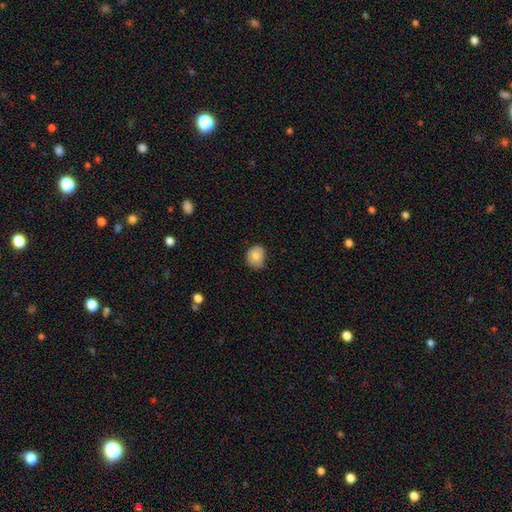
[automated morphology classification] A smooth galaxy with no disk features (76%) that is round (66%).

Vote fractions:
- Smooth or featured? smooth: 76% / featured or disk: 15% / star or artifact: 8%
- How rounded? round: 66% / in between: 33% / cigar-shaped: 1%
- Merging? none: 62% / minor disturbance: 31% / major disturbance: 5% / merger: 1%